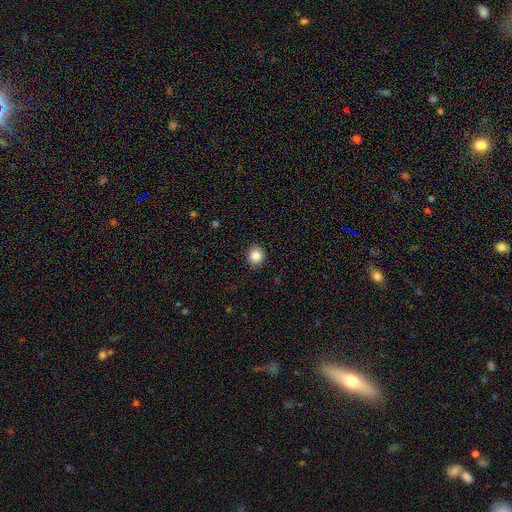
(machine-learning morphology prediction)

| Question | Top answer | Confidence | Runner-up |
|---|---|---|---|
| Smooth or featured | smooth | 85% | star or artifact (10%) |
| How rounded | round | 80% | in between (19%) |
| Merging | none | 91% | minor disturbance (6%) |